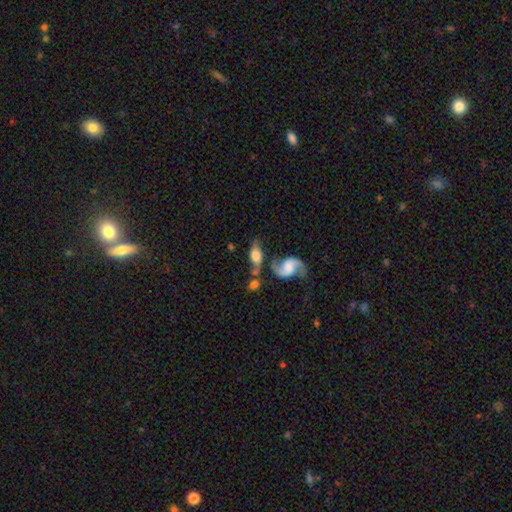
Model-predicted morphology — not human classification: A featured or disk galaxy (55%).

Vote fractions:
- Smooth or featured? featured or disk: 55% / smooth: 37% / star or artifact: 8%
- Edge-on disk? no: 81% / yes: 19%
- Merging? none: 42% / merger: 28% / minor disturbance: 18% / major disturbance: 12%